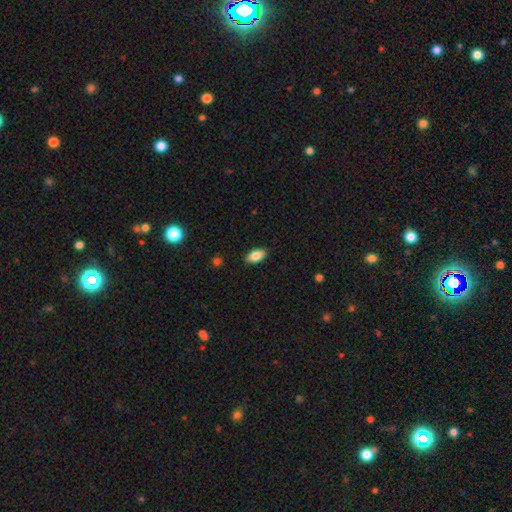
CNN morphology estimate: type=smooth (83%); roundness=in between (91%); merging=none (87%).